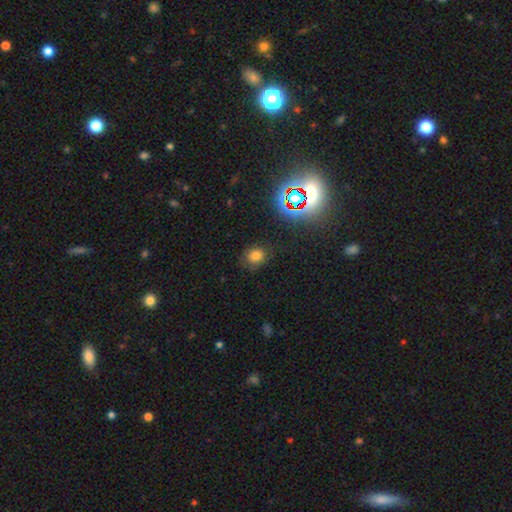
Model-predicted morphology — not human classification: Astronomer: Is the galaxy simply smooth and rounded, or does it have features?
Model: smooth — 70%.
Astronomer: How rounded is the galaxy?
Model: round — 62%.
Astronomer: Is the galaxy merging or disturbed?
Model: none — 77%.